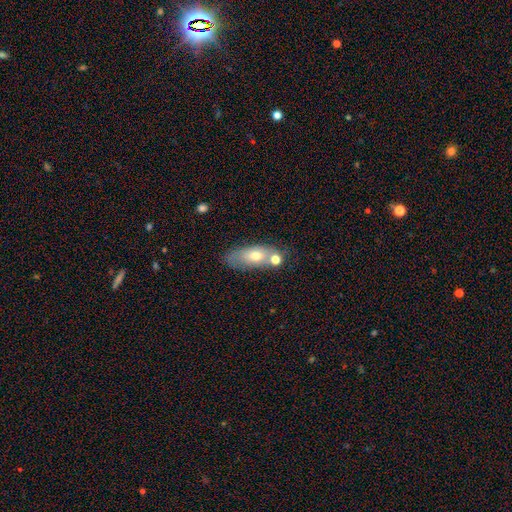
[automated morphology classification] A smooth galaxy with no disk features (62%) that is in between round and cigar-shaped (74%).

Vote fractions:
- Smooth or featured? smooth: 62% / featured or disk: 29% / star or artifact: 8%
- How rounded? in between: 74% / cigar-shaped: 20% / round: 6%
- Merging? none: 56% / merger: 21% / minor disturbance: 17% / major disturbance: 6%